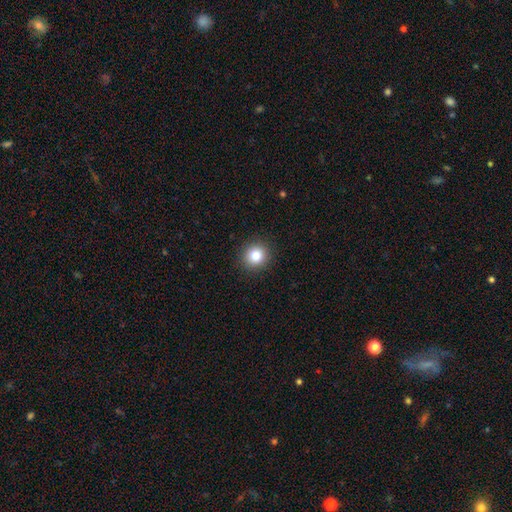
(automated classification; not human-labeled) Smooth or featured? Predicted: smooth (p=0.81). How rounded? Predicted: round (p=0.90). Merging? Predicted: none (p=0.92).